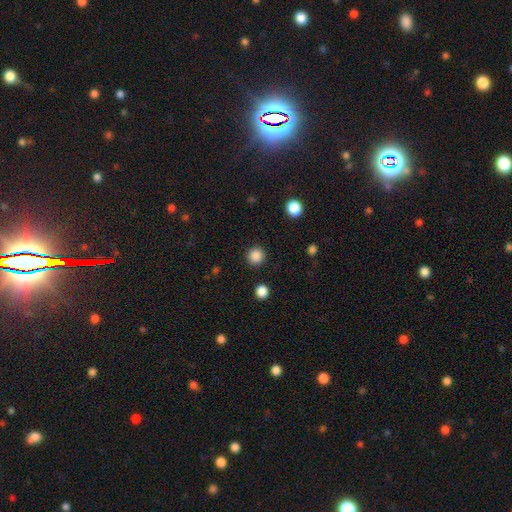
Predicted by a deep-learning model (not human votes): smooth_or_featured: smooth (p=0.86) [alt: star or artifact p=0.11]
how_rounded: round (p=0.95) [alt: in between p=0.04]
merging: none (p=0.91) [alt: minor disturbance p=0.05]